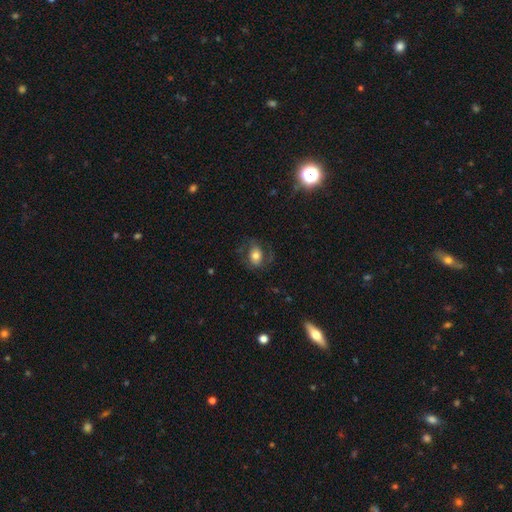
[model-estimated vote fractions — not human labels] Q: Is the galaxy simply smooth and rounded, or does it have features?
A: smooth — 60%.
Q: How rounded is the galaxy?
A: in between — 69%.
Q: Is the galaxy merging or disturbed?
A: none — 63%.